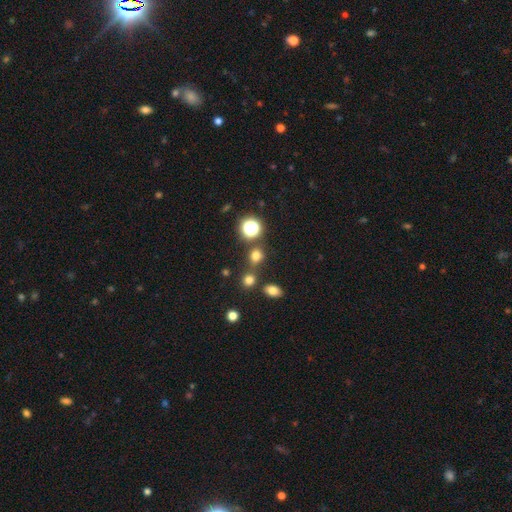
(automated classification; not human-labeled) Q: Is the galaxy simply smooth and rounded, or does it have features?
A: smooth — 70%.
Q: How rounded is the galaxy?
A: round — 75%.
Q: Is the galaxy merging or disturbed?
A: none — 71%.